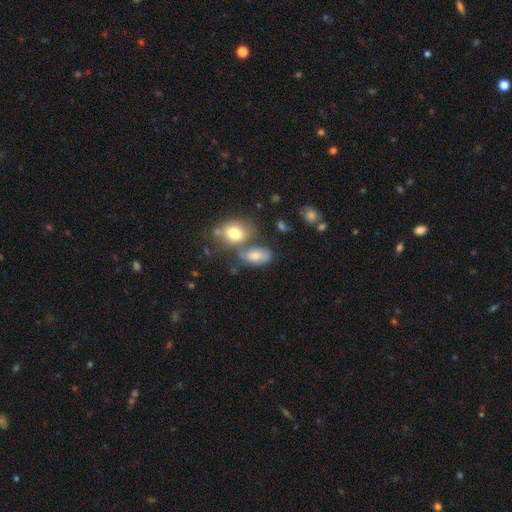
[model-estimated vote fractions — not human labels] Morphology: type=smooth (66%); roundness=in between (86%); merging=none (39%).